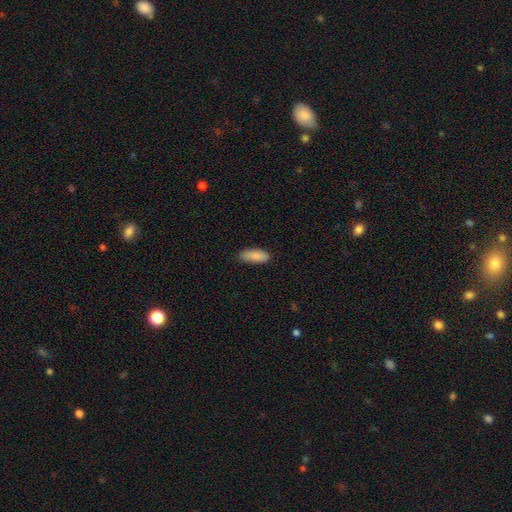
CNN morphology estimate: The model was most divided on "how rounded": in between: 79%, cigar-shaped: 20%, round: 2%. More confident: smooth or featured — smooth (89%); merging — none (81%).